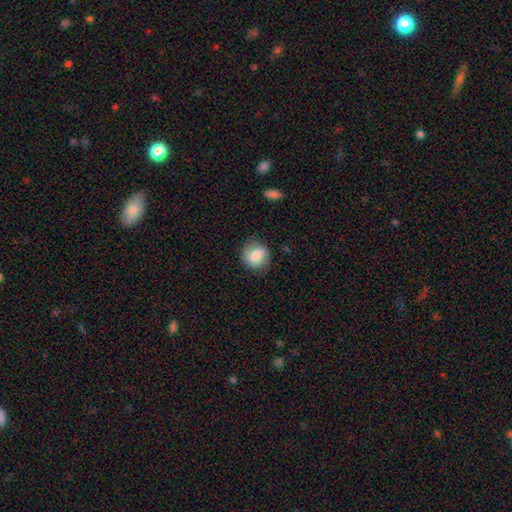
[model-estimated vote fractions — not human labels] This appears to be a smooth galaxy with no disk features (72%) that is round (78%). Merging: none (77%).